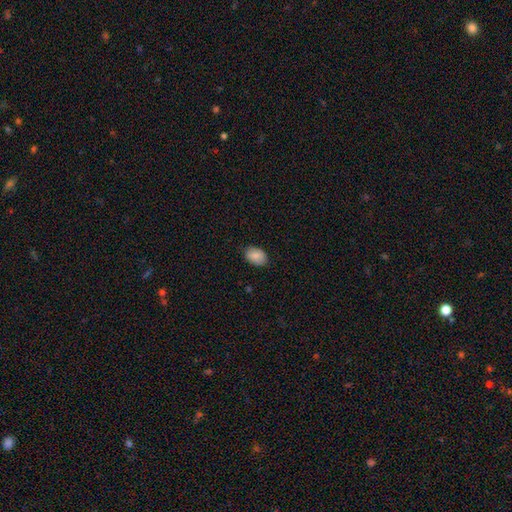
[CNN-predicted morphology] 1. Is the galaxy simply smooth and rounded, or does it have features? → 86% smooth, 7% featured or disk, 7% star or artifact.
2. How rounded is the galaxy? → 87% in between, 12% round, 1% cigar-shaped.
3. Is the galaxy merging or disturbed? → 84% none, 12% minor disturbance, 2% major disturbance, 1% merger.